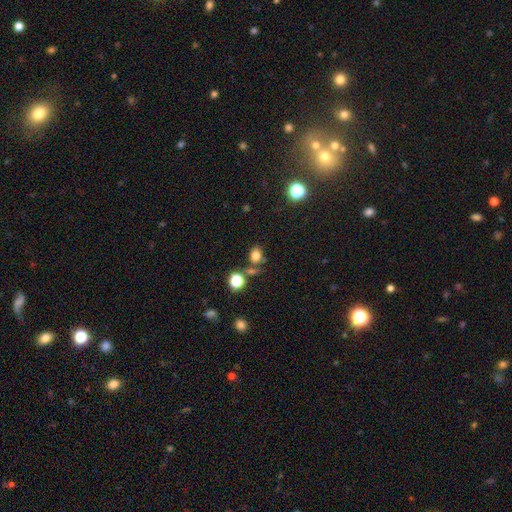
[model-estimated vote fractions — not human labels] Smooth or featured? Predicted: smooth (p=0.76). How rounded? Predicted: in between (p=0.59). Merging? Predicted: none (p=0.65).